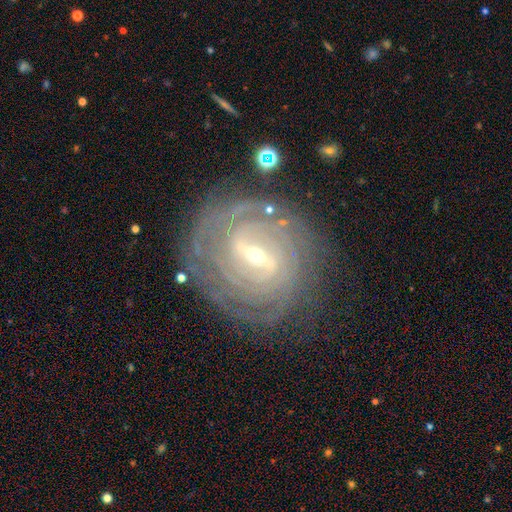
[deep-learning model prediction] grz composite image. It shows a featured or disk galaxy (88%) with a strong bar (46%), tight (81%) spiral arms (95%) and a small central bulge (62%). Merging: none (81%).